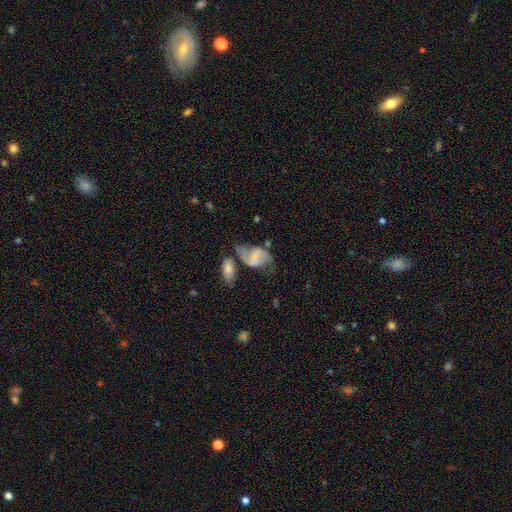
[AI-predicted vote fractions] Smooth or featured? Predicted: featured or disk (p=0.62). Edge-on disk? Predicted: no (p=0.96). Bar? Predicted: weak (p=0.44). Spiral arms? Predicted: yes (p=0.83). Bulge size? Predicted: none (p=0.41). Merging? Predicted: none (p=0.39).